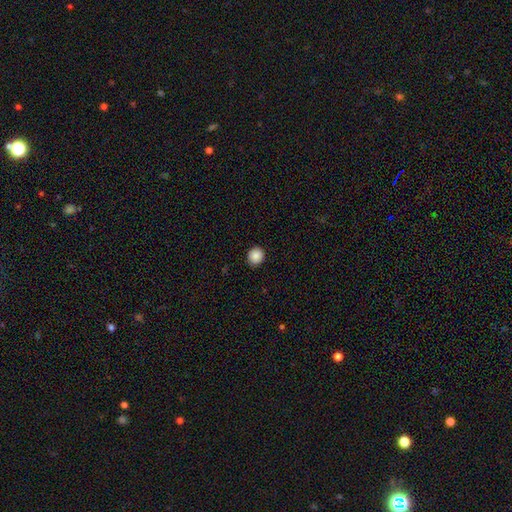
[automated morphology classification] Smooth or featured: smooth — 89% (star or artifact — 9%)
How rounded: round — 85% (in between — 14%)
Merging: none — 90% (minor disturbance — 7%)